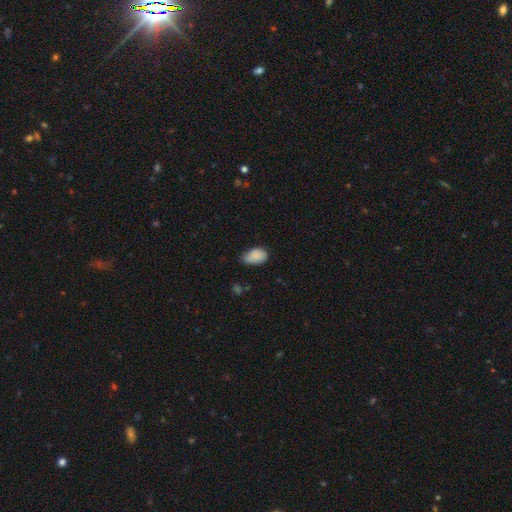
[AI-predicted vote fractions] Q: Smooth or featured?
A: smooth (83%); runner-up: featured or disk (10%)
Q: How rounded?
A: in between (89%); runner-up: round (10%)
Q: Merging?
A: none (51%); runner-up: minor disturbance (39%)